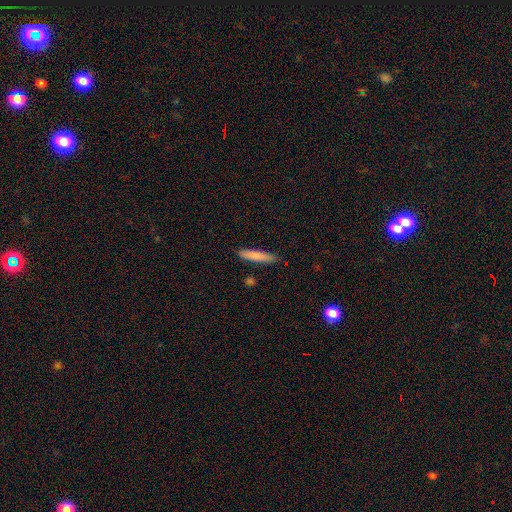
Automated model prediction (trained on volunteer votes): Smooth or featured?
  - smooth: 82% *
  - featured or disk: 12%
  - star or artifact: 6%
How rounded?
  - cigar-shaped: 88% *
  - in between: 10%
  - round: 1%
Merging?
  - none: 86% *
  - minor disturbance: 10%
  - merger: 2%
  - major disturbance: 2%